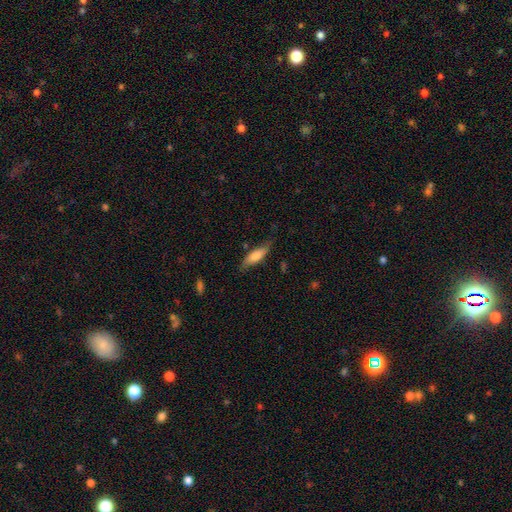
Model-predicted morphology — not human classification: Smooth or featured?
  - smooth: 64% *
  - featured or disk: 30%
  - star or artifact: 6%
How rounded?
  - cigar-shaped: 53% *
  - in between: 45%
  - round: 2%
Merging?
  - none: 72% *
  - minor disturbance: 22%
  - major disturbance: 5%
  - merger: 2%